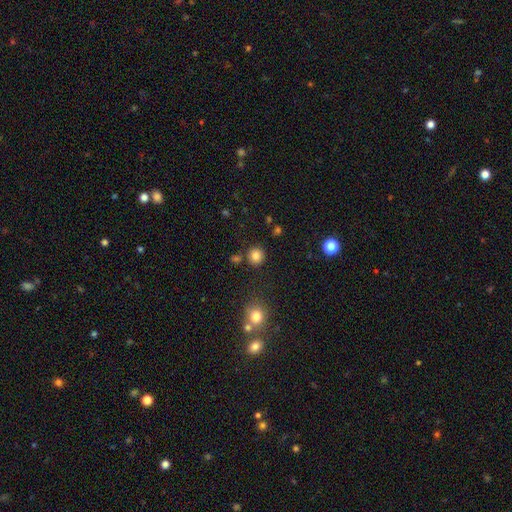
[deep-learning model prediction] smooth-or-featured: smooth: 83% | star or artifact: 12% | featured or disk: 5%
  how-rounded: round: 89% | in between: 10% | cigar-shaped: 1%
  merging: none: 84% | minor disturbance: 8% | merger: 5% | major disturbance: 3%